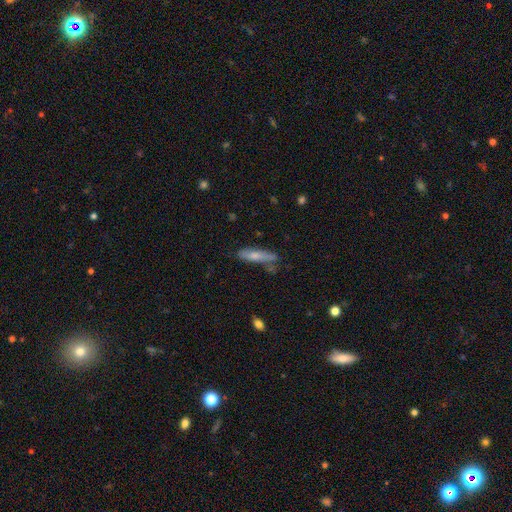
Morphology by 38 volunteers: Smooth or featured?
  - smooth: 74% *
  - featured or disk: 26%
  - star or artifact: 0%
How rounded?
  - cigar-shaped: 82% *
  - in between: 18%
  - round: 0%
Merging?
  - none: 71% *
  - minor disturbance: 26%
  - merger: 3%
  - major disturbance: 0%